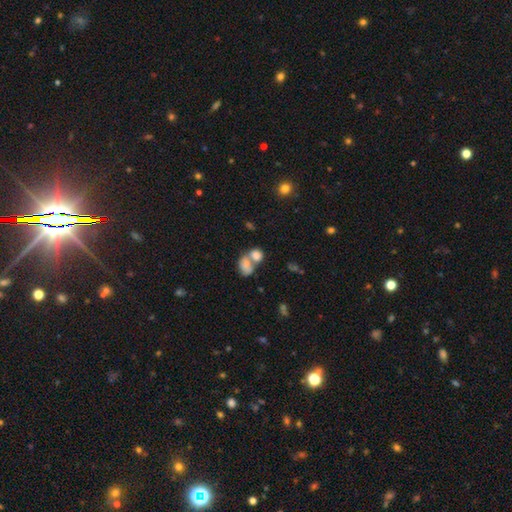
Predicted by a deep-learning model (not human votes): This is likely a smooth galaxy (77%). How rounded: possibly in between (60%). Merging: likely merger (65%).